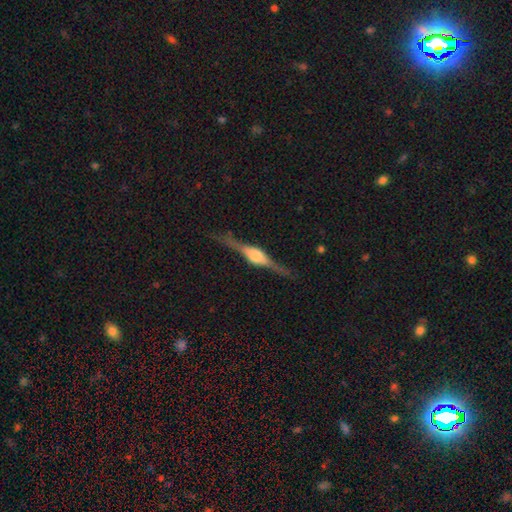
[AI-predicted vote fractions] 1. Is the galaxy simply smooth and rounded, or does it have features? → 85% featured or disk, 10% smooth, 5% star or artifact.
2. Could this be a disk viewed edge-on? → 98% yes, 2% no.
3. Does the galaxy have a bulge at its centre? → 86% rounded, 12% boxy, 2% none.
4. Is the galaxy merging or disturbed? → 86% none, 10% minor disturbance, 3% major disturbance, 1% merger.